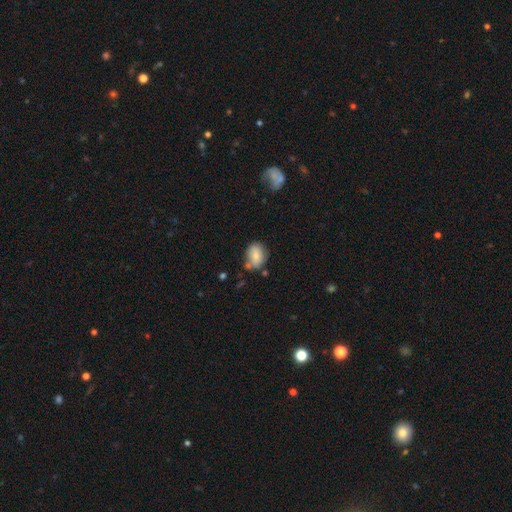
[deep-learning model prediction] smooth 75%, featured or disk 17%, star or artifact 8%. Down the decision tree: how rounded — in between (67%); merging — none (58%).